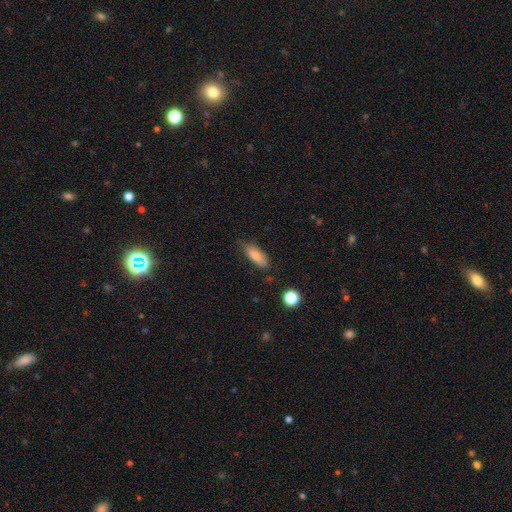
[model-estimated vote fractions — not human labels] Smooth or featured?
  - smooth: 81% *
  - featured or disk: 11%
  - star or artifact: 7%
How rounded?
  - in between: 62% *
  - cigar-shaped: 36%
  - round: 2%
Merging?
  - none: 68% *
  - minor disturbance: 24%
  - major disturbance: 5%
  - merger: 2%